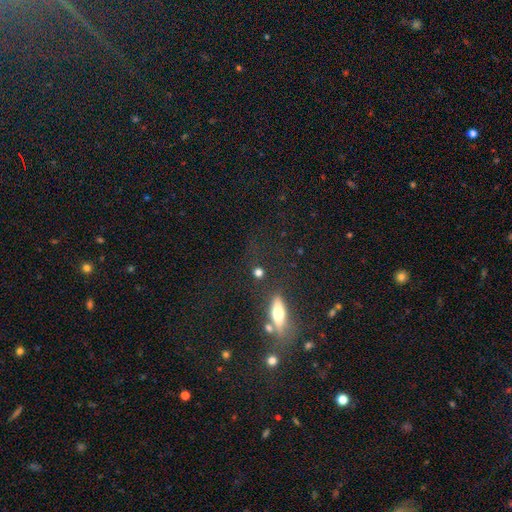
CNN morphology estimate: The model was most divided on "smooth or featured": smooth: 42%, star or artifact: 38%, featured or disk: 20%. More confident: merging — none (56%).